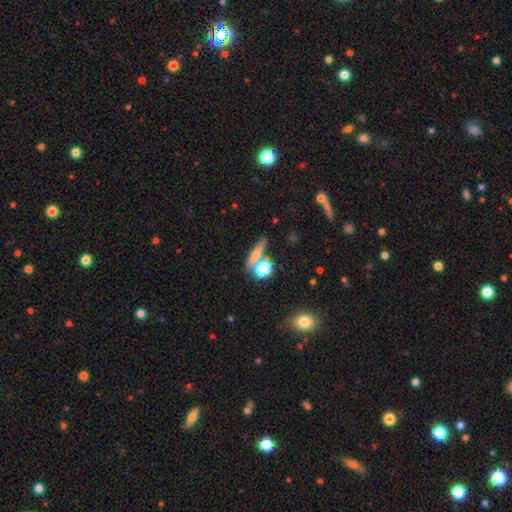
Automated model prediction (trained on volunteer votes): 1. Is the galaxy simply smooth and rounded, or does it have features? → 64% smooth, 19% featured or disk, 17% star or artifact.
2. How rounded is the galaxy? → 58% cigar-shaped, 23% round, 19% in between.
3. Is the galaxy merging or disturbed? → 69% none, 16% merger, 10% minor disturbance, 5% major disturbance.